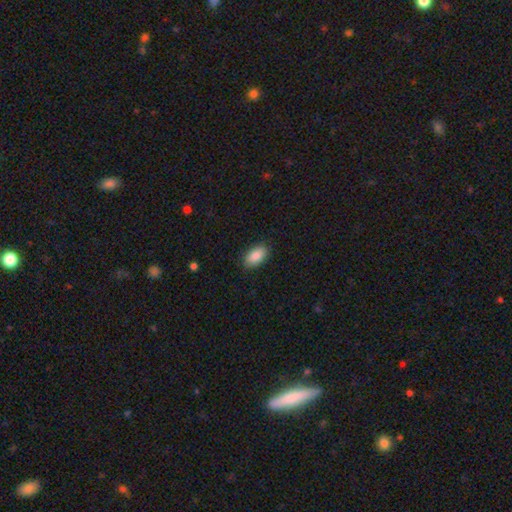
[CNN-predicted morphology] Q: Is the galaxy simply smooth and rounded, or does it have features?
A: smooth — 89%.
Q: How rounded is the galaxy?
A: in between — 94%.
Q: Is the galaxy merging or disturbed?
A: none — 87%.